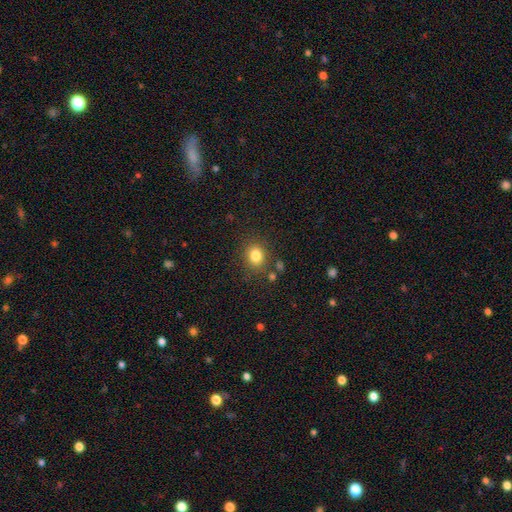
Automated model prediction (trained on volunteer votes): Overall: smooth (82%). How rounded: round (61%; in between 38%). Merging: none (81%).